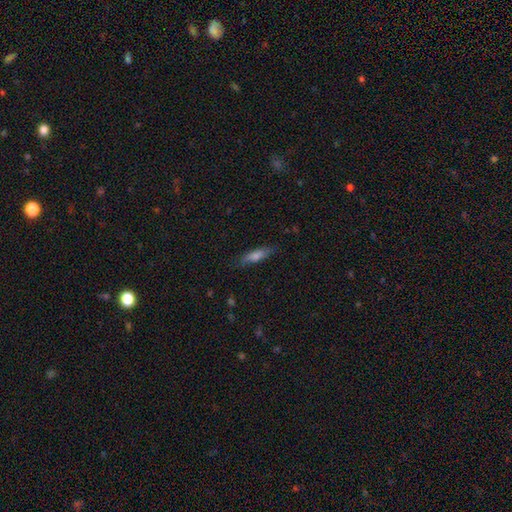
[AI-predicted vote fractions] Overall: smooth (64%; featured or disk 28%). How rounded: cigar-shaped (68%; in between 29%). Merging: none (80%).